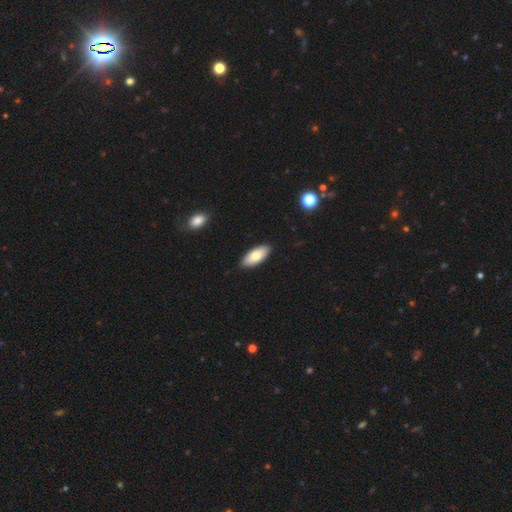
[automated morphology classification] This appears to be a smooth galaxy with no disk features (79%) that is in between round and cigar-shaped (87%). Merging: none (89%).